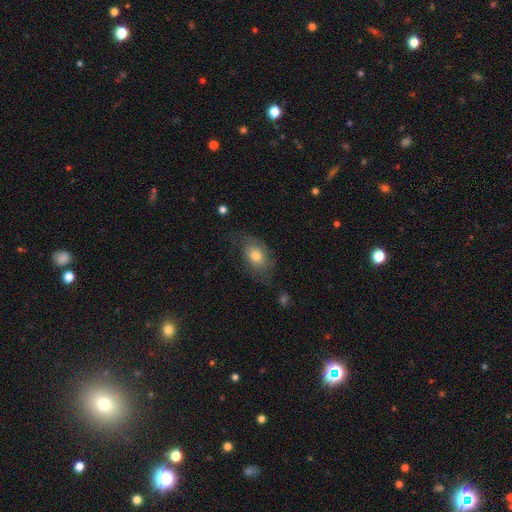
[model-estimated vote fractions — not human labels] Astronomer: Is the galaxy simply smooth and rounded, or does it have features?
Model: smooth — 66%.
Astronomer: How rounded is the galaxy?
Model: in between — 81%.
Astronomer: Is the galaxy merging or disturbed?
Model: none — 49% (runner-up: minor disturbance, 27%).